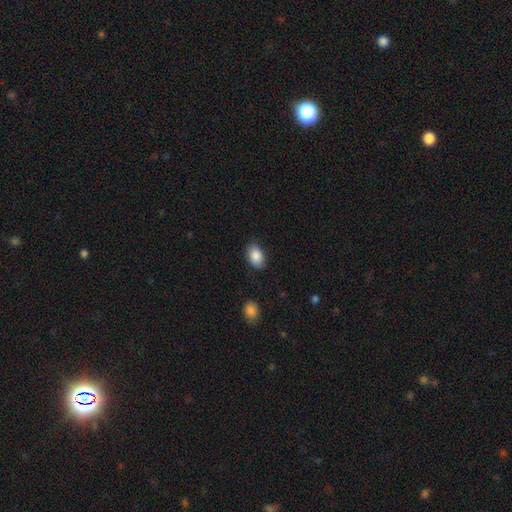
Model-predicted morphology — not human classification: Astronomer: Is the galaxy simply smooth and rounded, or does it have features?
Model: smooth — 87%.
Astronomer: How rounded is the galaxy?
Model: in between — 89%.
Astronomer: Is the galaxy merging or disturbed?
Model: none — 82%.